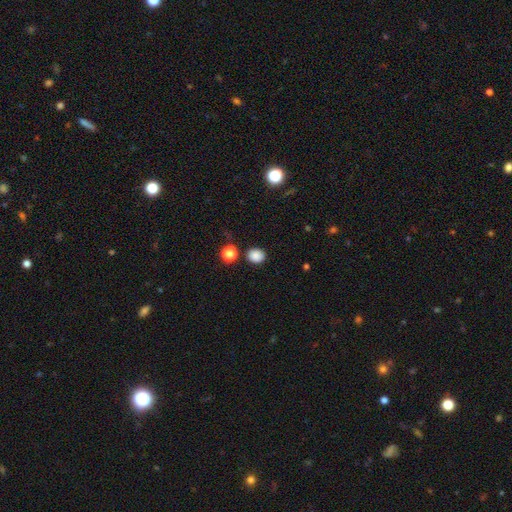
This is clearly a smooth galaxy (90%). How rounded: likely round (66%). Merging: clearly none (83%).